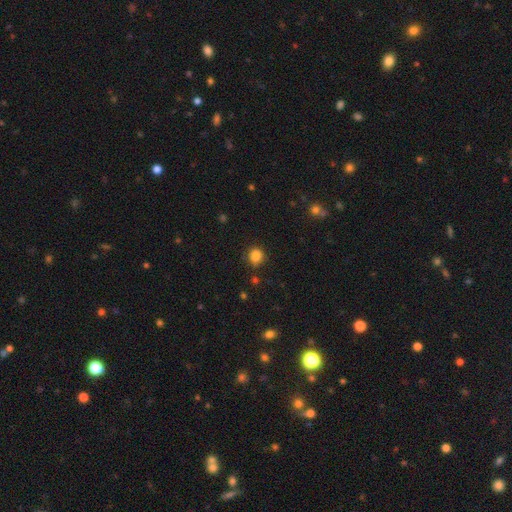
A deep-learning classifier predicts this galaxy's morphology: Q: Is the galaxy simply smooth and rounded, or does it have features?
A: smooth — 84%.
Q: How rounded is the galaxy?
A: round — 70%.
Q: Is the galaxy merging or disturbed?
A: none — 79%.